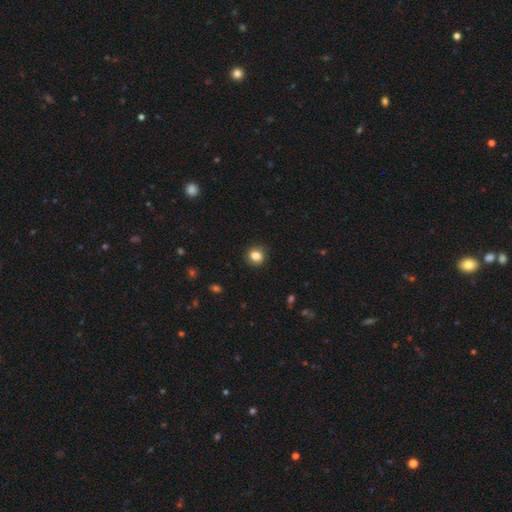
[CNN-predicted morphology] This is clearly a smooth galaxy (84%). How rounded: clearly round (84%). Merging: clearly none (90%).